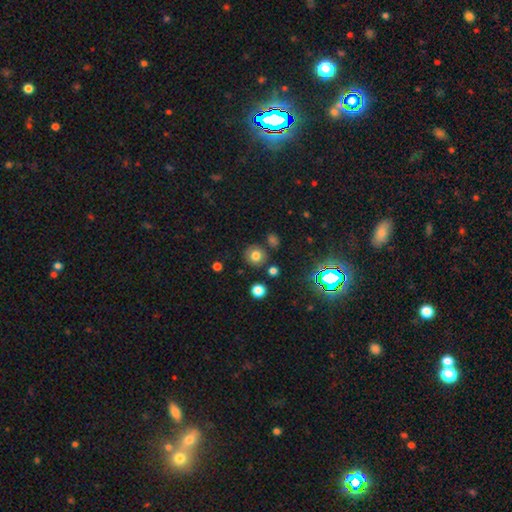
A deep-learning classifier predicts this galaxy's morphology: type=smooth (72%); roundness=round (89%); merging=none (81%).